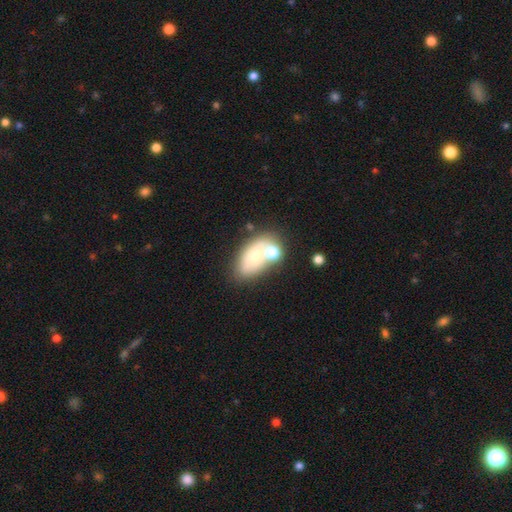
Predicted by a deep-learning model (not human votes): Smooth or featured? smooth (63%)
How rounded? in between (86%)
Merging? none (43%)